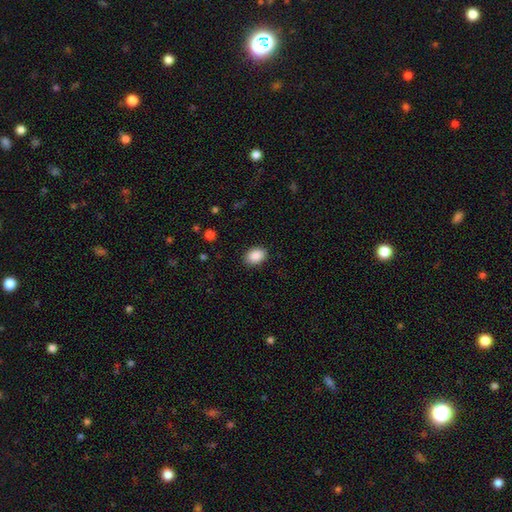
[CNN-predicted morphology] type=smooth (90%); roundness=in between (77%); merging=none (88%).